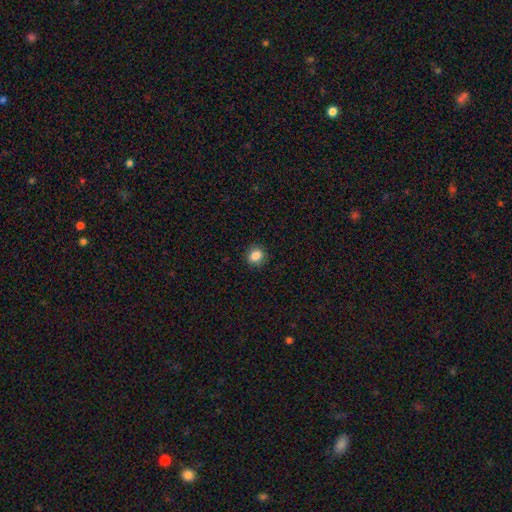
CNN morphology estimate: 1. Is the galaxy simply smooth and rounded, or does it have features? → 85% smooth, 10% star or artifact, 5% featured or disk.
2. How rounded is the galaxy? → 71% round, 28% in between, 1% cigar-shaped.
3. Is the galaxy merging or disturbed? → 89% none, 8% minor disturbance, 2% major disturbance, 1% merger.